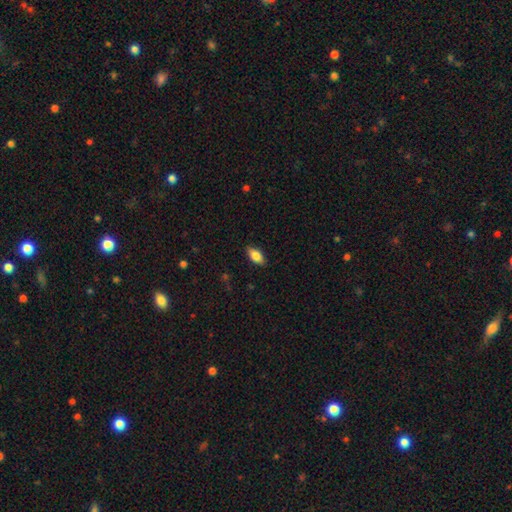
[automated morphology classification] type=smooth (79%); roundness=in between (89%); merging=none (87%).